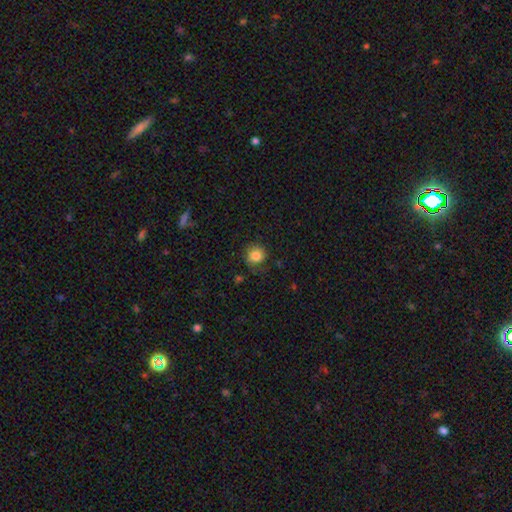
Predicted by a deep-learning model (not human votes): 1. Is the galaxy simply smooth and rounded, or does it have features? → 83% smooth, 10% star or artifact, 7% featured or disk.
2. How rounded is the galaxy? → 86% round, 14% in between, 1% cigar-shaped.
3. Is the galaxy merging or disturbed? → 76% none, 18% minor disturbance, 5% major disturbance, 2% merger.